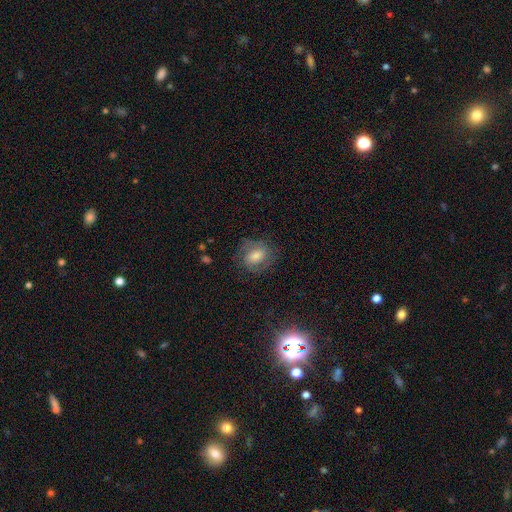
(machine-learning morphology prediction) Smooth or featured: featured or disk — 46% (smooth — 37%)
Merging: none — 75% (minor disturbance — 16%)